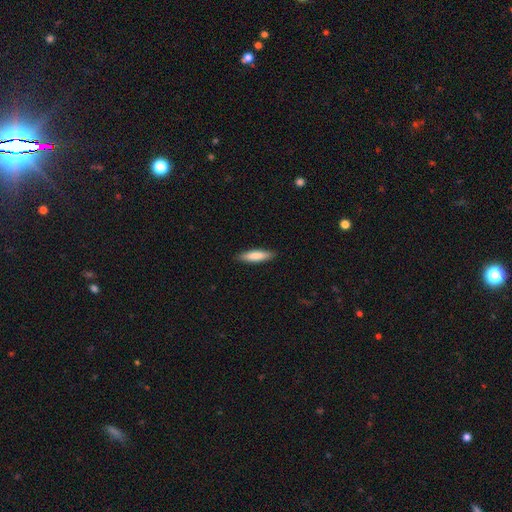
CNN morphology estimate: smooth_or_featured: smooth (p=0.82) [alt: featured or disk p=0.13]
how_rounded: cigar-shaped (p=0.71) [alt: in between p=0.28]
merging: none (p=0.90) [alt: minor disturbance p=0.08]